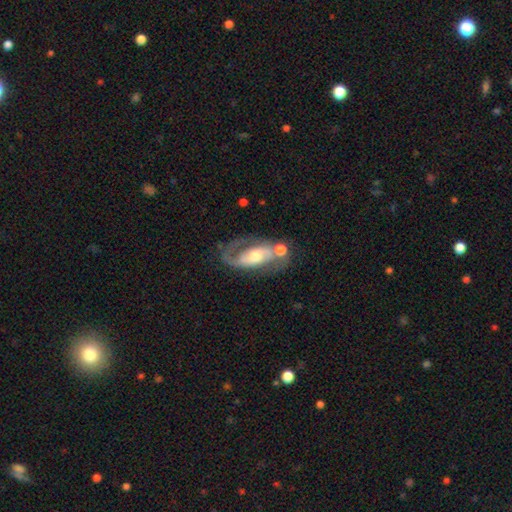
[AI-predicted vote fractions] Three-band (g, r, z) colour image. It shows a featured or disk galaxy (80%) with no bar (53%), 2 (72%) medium (47%) spiral arms (87%) and a moderate central bulge (65%). Merging: none (53%).